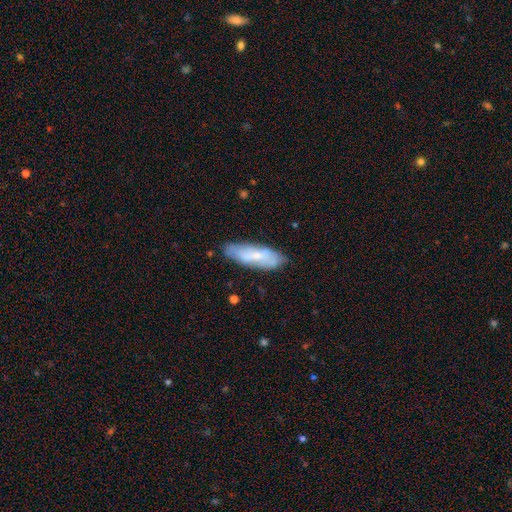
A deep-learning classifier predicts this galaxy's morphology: Smooth or featured?
  - smooth: 54% *
  - featured or disk: 39%
  - star or artifact: 7%
How rounded?
  - in between: 52% *
  - cigar-shaped: 46%
  - round: 2%
Merging?
  - none: 73% *
  - minor disturbance: 19%
  - major disturbance: 4%
  - merger: 3%